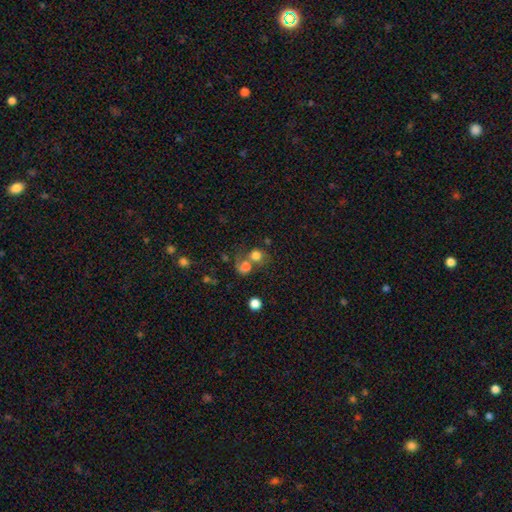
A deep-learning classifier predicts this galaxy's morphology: Smooth or featured: smooth — 74% (featured or disk — 13%)
How rounded: round — 76% (in between — 23%)
Merging: merger — 56% (none — 31%)